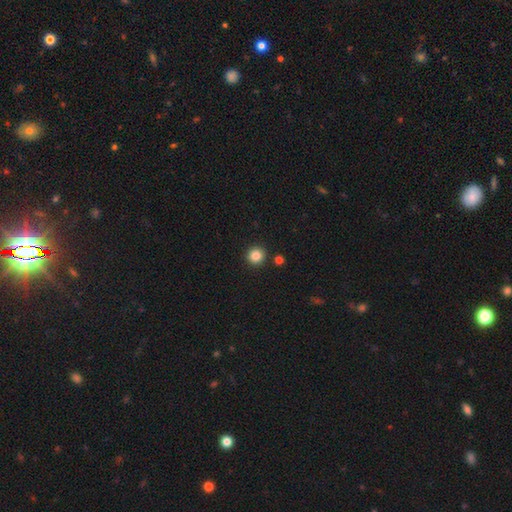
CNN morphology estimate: Smooth or featured? Predicted: smooth (p=0.86). How rounded? Predicted: round (p=0.94). Merging? Predicted: none (p=0.90).